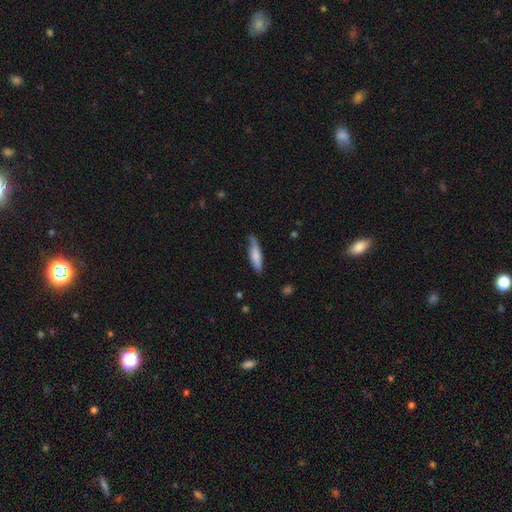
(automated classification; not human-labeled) Smooth or featured? Predicted: smooth (p=0.72). How rounded? Predicted: cigar-shaped (p=0.72). Merging? Predicted: none (p=0.69).